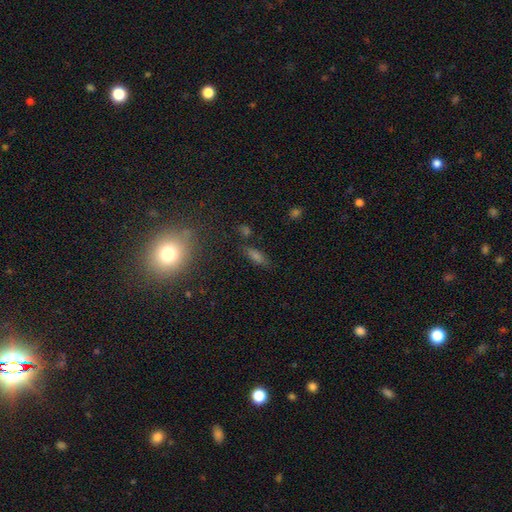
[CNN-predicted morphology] A smooth galaxy with no disk features (60%) that is in between round and cigar-shaped (52%).

Vote fractions:
- Smooth or featured? smooth: 60% / star or artifact: 24% / featured or disk: 16%
- How rounded? in between: 52% / cigar-shaped: 38% / round: 10%
- Merging? none: 77% / minor disturbance: 13% / major disturbance: 5% / merger: 5%